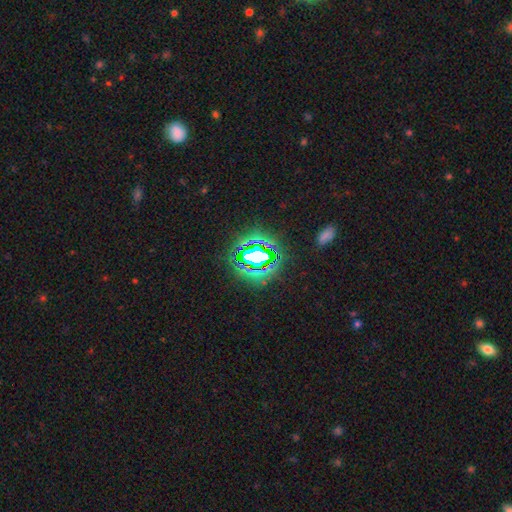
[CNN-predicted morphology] Q: Smooth or featured?
A: star or artifact (73%); runner-up: smooth (16%)